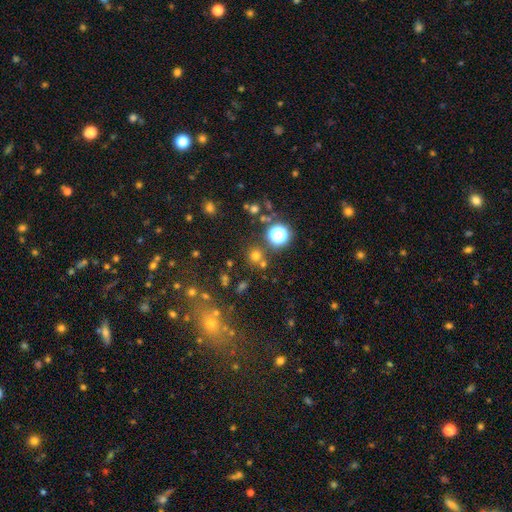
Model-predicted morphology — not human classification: type=smooth (62%); roundness=round (91%); merging=none (77%).